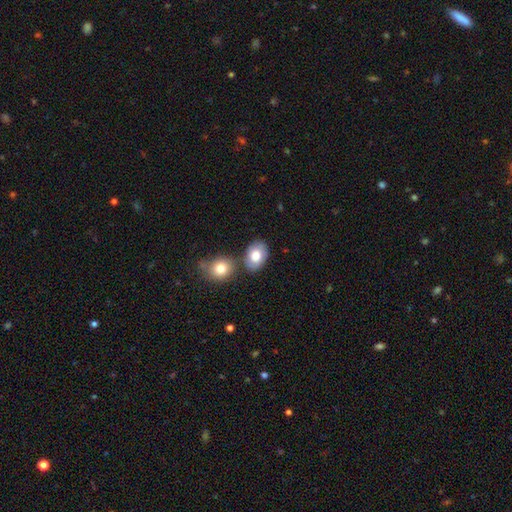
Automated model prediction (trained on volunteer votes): Smooth or featured? smooth (78%)
How rounded? in between (81%)
Merging? none (65%)